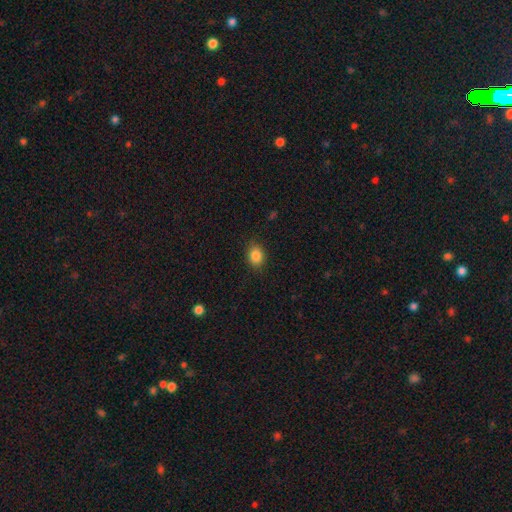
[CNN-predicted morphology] smooth-or-featured: smooth: 86% | star or artifact: 10% | featured or disk: 5%
  how-rounded: in between: 56% | round: 43% | cigar-shaped: 1%
  merging: none: 85% | minor disturbance: 11% | major disturbance: 3% | merger: 1%